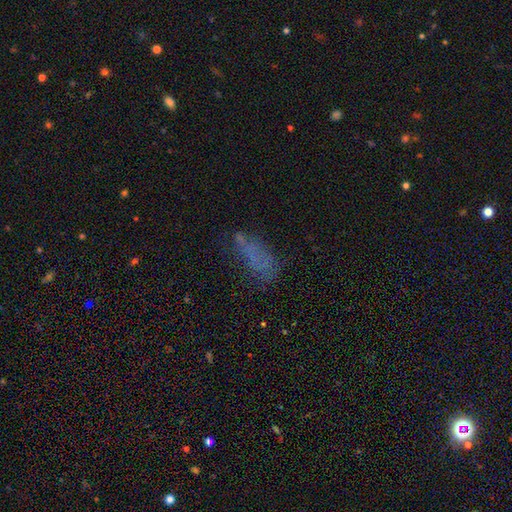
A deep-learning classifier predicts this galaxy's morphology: smooth 54%, featured or disk 23%, star or artifact 23%. Down the decision tree: how rounded — in between (66%); merging — none (52%).